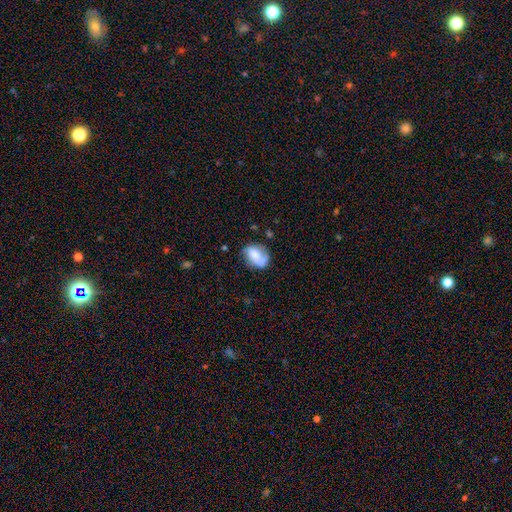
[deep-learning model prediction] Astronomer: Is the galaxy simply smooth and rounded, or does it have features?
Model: smooth — 50% (runner-up: featured or disk, 41%).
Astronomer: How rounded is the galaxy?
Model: in between — 65%.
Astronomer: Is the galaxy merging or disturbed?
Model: none — 49% (runner-up: minor disturbance, 28%).